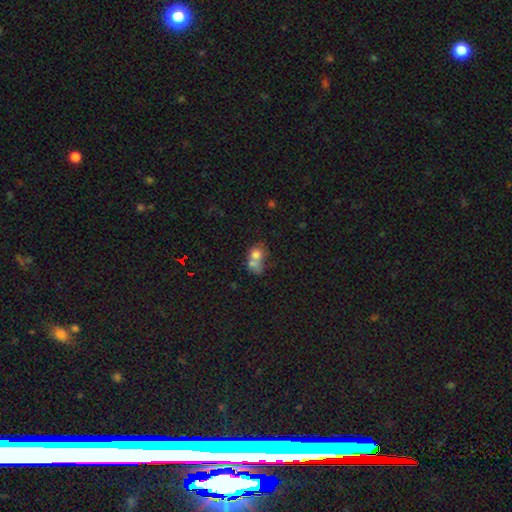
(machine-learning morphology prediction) smooth 68%, featured or disk 20%, star or artifact 12%. Down the decision tree: how rounded — round (53%); merging — merger (63%).